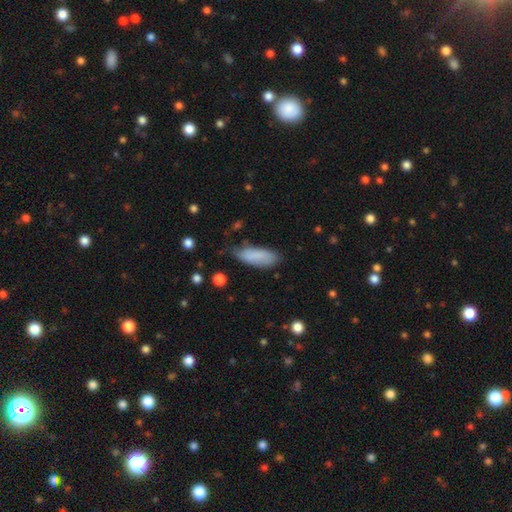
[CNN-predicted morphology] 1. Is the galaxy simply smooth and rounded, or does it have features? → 84% smooth, 9% featured or disk, 6% star or artifact.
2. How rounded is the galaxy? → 70% in between, 29% cigar-shaped, 2% round.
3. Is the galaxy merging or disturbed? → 66% none, 26% minor disturbance, 5% major disturbance, 2% merger.